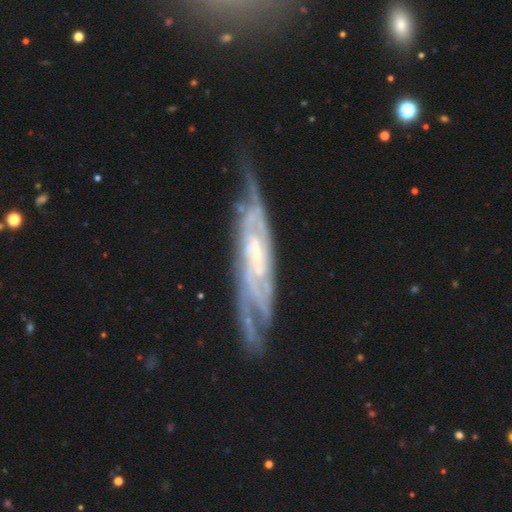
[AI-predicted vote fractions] The model was most divided on "spiral arm count": can't tell: 44%, 2: 22%, 3: 13%, 4: 9%, more than 4: 6%, 1: 5%. More confident: spiral arms — yes (94%); smooth or featured — featured or disk (85%); edge-on disk — no (70%); merging — none (67%); bulge size — small (65%); spiral winding — tight (63%); bar — no (55%).